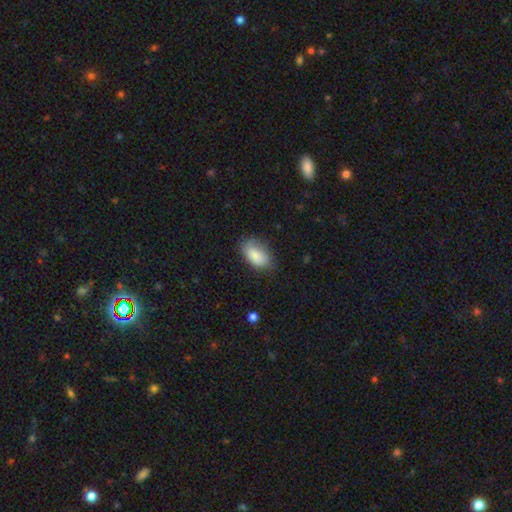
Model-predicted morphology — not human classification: Smooth or featured: smooth — 82% (featured or disk — 11%)
How rounded: in between — 93% (round — 5%)
Merging: none — 70% (minor disturbance — 23%)